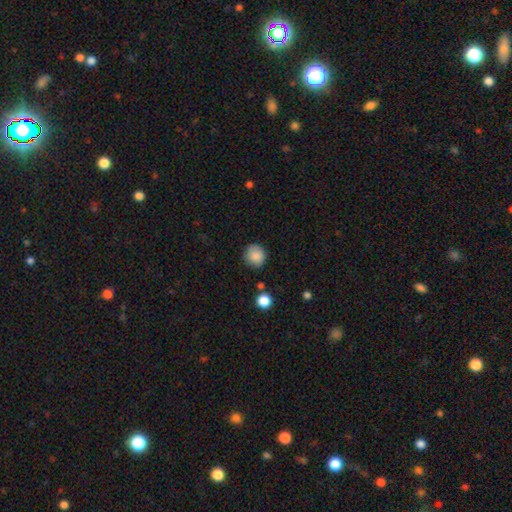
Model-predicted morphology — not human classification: Smooth or featured: smooth — 86% (star or artifact — 9%)
How rounded: round — 89% (in between — 10%)
Merging: none — 82% (minor disturbance — 12%)